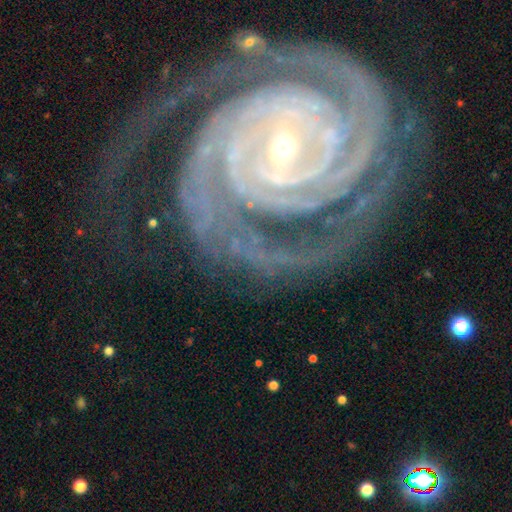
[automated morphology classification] smooth_or_featured: featured or disk (p=0.91) [alt: star or artifact p=0.06]
disk_edge_on: no (p=0.97) [alt: yes p=0.03]
bar: no (p=0.37) [alt: weak p=0.32]
has_spiral_arms: yes (p=0.98) [alt: no p=0.02]
spiral_winding: tight (p=0.77) [alt: medium p=0.19]
spiral_arm_count: 2 (p=0.34) [alt: 3 p=0.20]
bulge_size: small (p=0.71) [alt: moderate p=0.25]
merging: none (p=0.67) [alt: minor disturbance p=0.16]